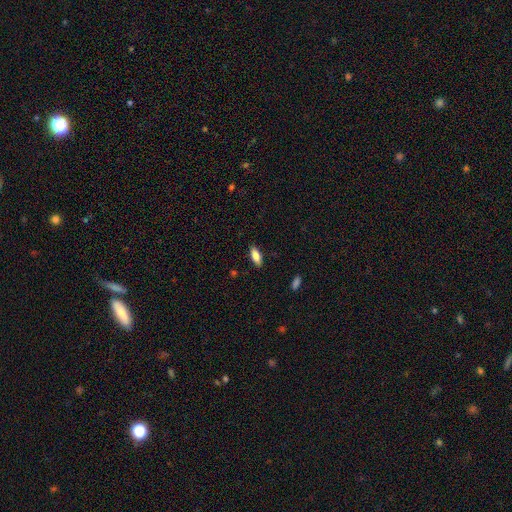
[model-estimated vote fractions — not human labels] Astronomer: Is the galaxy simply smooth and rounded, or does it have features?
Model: smooth — 81%.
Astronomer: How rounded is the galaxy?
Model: in between — 76%.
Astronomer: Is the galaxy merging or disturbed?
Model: none — 88%.